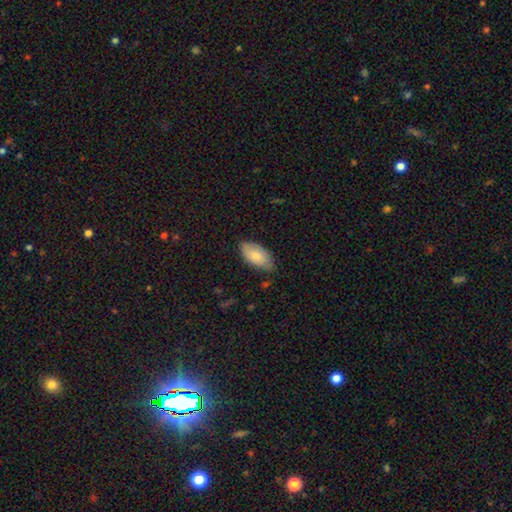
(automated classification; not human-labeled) Morphology: type=smooth (79%); roundness=in between (94%); merging=none (76%).